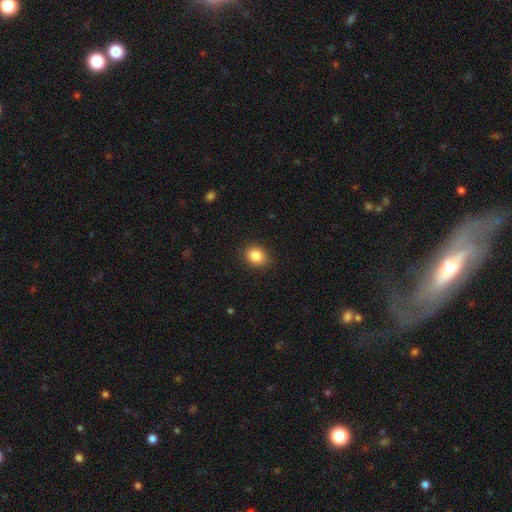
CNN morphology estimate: smooth 85%, star or artifact 9%, featured or disk 5%. Down the decision tree: how rounded — round (53%); merging — none (87%).